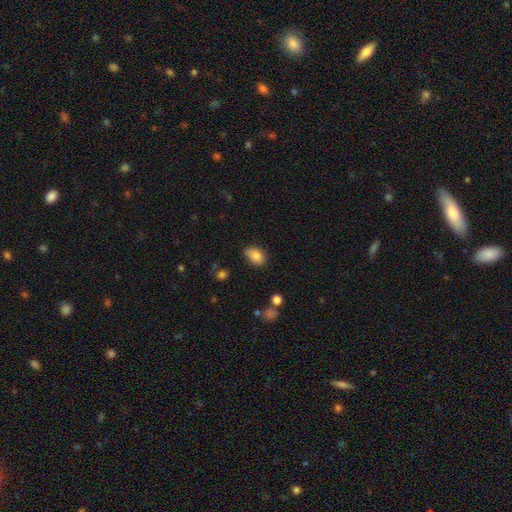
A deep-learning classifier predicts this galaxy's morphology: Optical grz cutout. It shows a smooth galaxy with no disk features (84%) that is in between round and cigar-shaped (83%). Merging: none (80%).